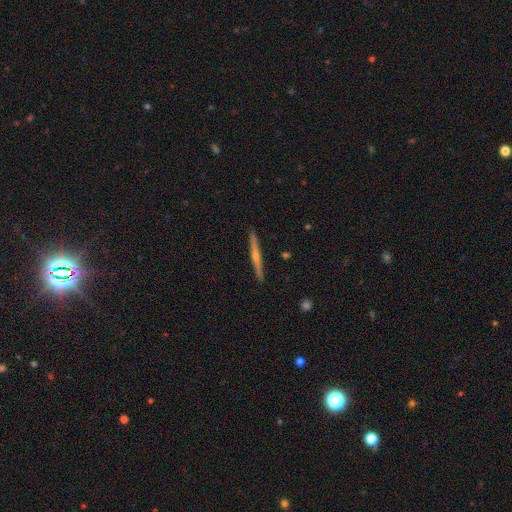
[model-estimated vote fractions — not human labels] This is likely a featured or disk galaxy (62%). It is clearly viewed edge-on (95%). Edge-on bulge: likely rounded (70%). Merging: clearly none (89%).